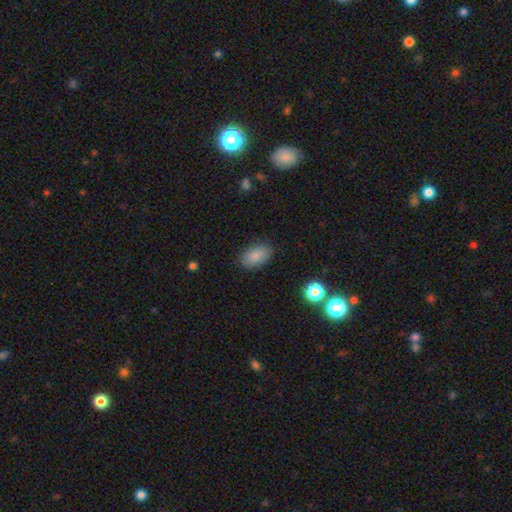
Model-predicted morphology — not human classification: Smooth or featured? smooth (86%)
How rounded? in between (92%)
Merging? none (86%)